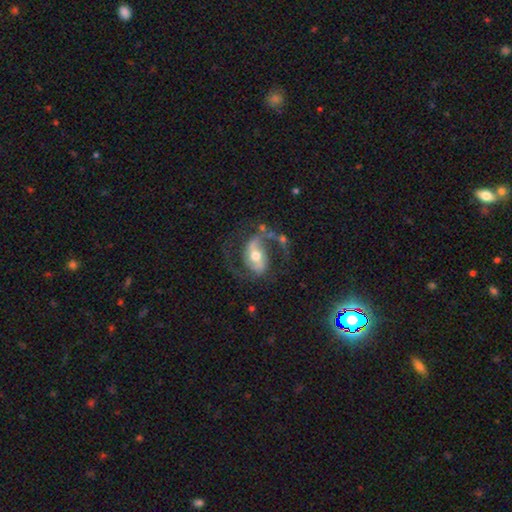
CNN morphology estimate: A featured or disk galaxy (85%) with a weak bar (40%), 2 (88%) medium (49%) spiral arms (93%) and a moderate central bulge (71%). Merging: none (61%).